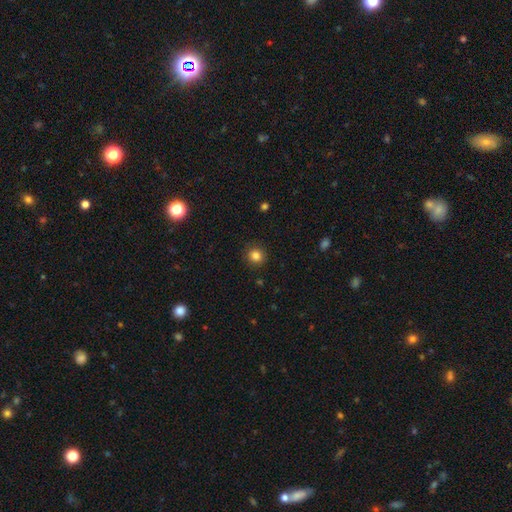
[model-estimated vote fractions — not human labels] This appears to be a smooth galaxy with no disk features (84%) that is round (90%). Merging: none (89%).